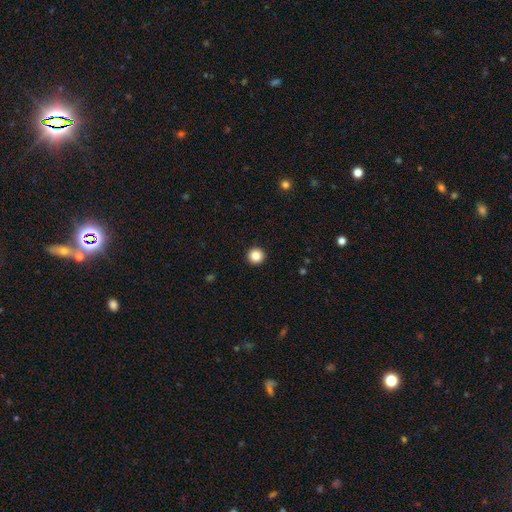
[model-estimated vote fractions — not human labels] Overall: smooth (85%). How rounded: round (96%). Merging: none (94%).